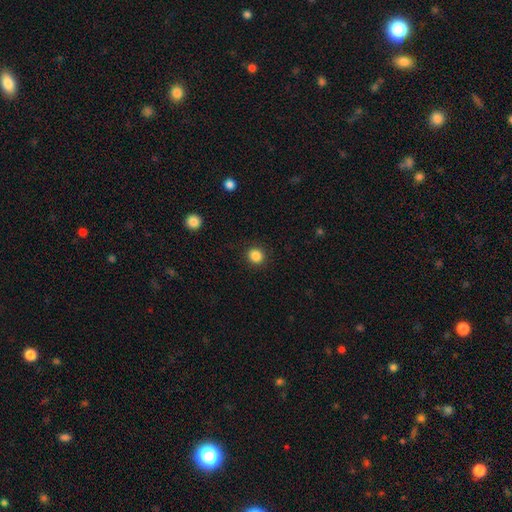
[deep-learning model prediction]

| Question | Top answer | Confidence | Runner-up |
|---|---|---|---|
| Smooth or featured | smooth | 86% | star or artifact (11%) |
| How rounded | round | 91% | in between (8%) |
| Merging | none | 92% | minor disturbance (5%) |